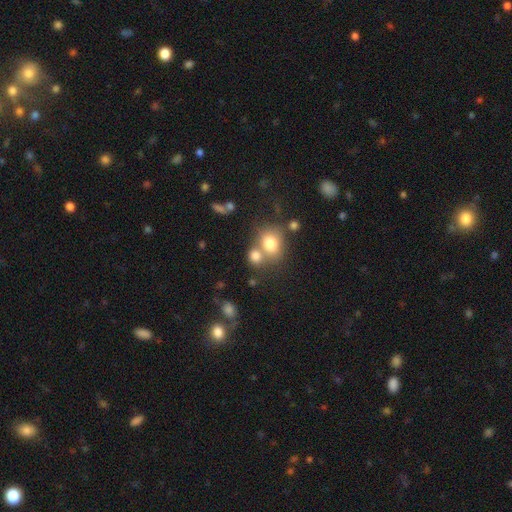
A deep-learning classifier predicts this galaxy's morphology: Q: Smooth or featured?
A: smooth (77%); runner-up: star or artifact (12%)
Q: How rounded?
A: round (56%); runner-up: in between (42%)
Q: Merging?
A: merger (44%); runner-up: none (41%)